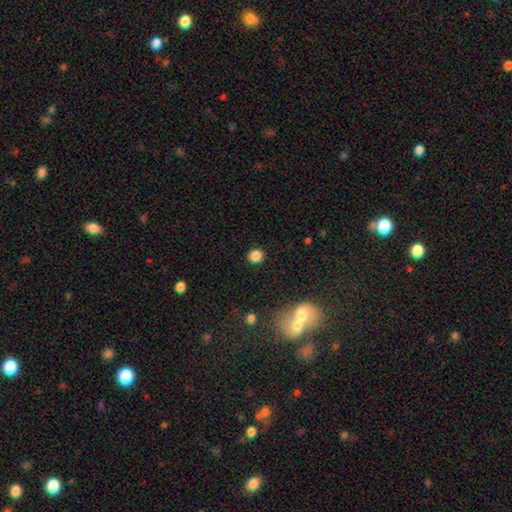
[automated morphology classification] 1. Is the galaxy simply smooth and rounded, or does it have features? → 85% smooth, 11% star or artifact, 4% featured or disk.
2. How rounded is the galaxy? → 86% round, 13% in between, 1% cigar-shaped.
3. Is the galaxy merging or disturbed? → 90% none, 6% minor disturbance, 2% major disturbance, 2% merger.